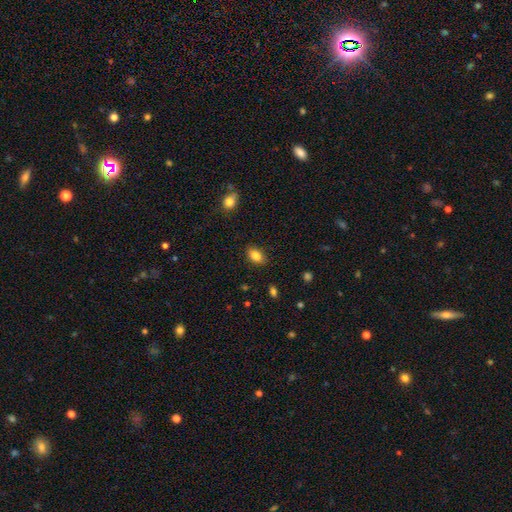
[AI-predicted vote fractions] The model was most divided on "how rounded": in between: 85%, round: 13%, cigar-shaped: 2%. More confident: smooth or featured — smooth (85%); merging — none (84%).